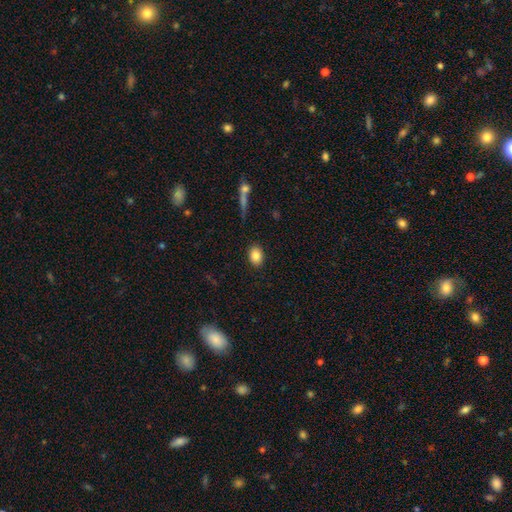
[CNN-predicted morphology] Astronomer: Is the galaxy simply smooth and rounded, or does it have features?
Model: smooth — 85%.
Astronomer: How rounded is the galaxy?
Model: in between — 72%.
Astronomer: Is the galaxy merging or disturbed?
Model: none — 89%.